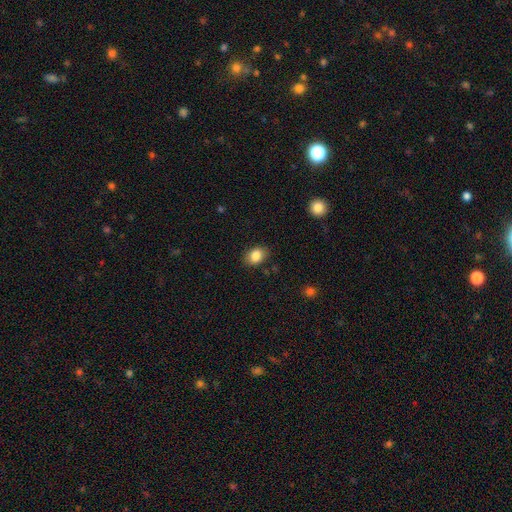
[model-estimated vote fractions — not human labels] smooth_or_featured: smooth (p=0.85) [alt: star or artifact p=0.09]
how_rounded: in between (p=0.70) [alt: round p=0.28]
merging: none (p=0.84) [alt: minor disturbance p=0.12]